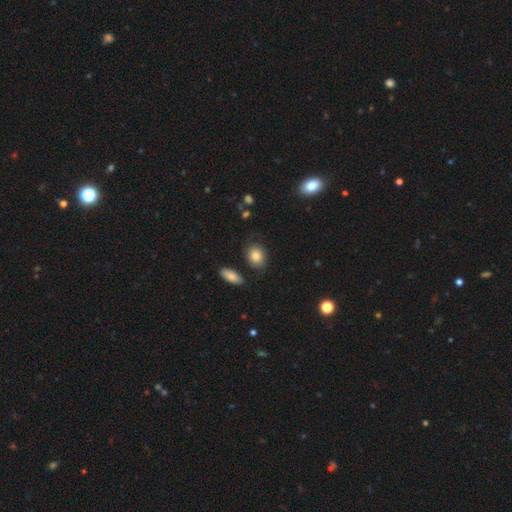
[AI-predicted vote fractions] A smooth galaxy with no disk features (84%) that is in between round and cigar-shaped (59%). Merging: none (78%).